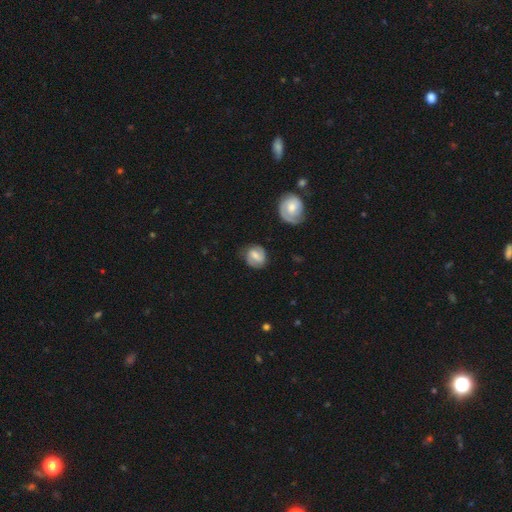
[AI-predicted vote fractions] smooth_or_featured: featured or disk (p=0.57) [alt: smooth p=0.36]
disk_edge_on: no (p=0.97) [alt: yes p=0.03]
bar: weak (p=0.52) [alt: strong p=0.27]
has_spiral_arms: yes (p=0.89) [alt: no p=0.11]
bulge_size: moderate (p=0.46) [alt: small p=0.36]
merging: none (p=0.76) [alt: minor disturbance p=0.17]